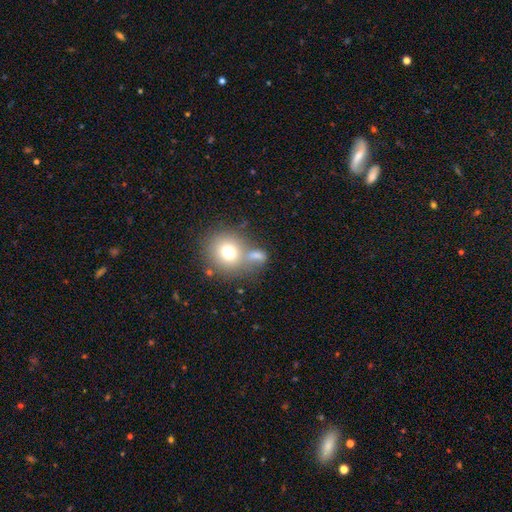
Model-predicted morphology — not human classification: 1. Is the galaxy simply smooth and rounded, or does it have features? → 73% smooth, 14% featured or disk, 13% star or artifact.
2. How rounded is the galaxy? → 64% round, 34% in between, 2% cigar-shaped.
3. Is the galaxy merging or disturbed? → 45% none, 36% merger, 12% minor disturbance, 8% major disturbance.